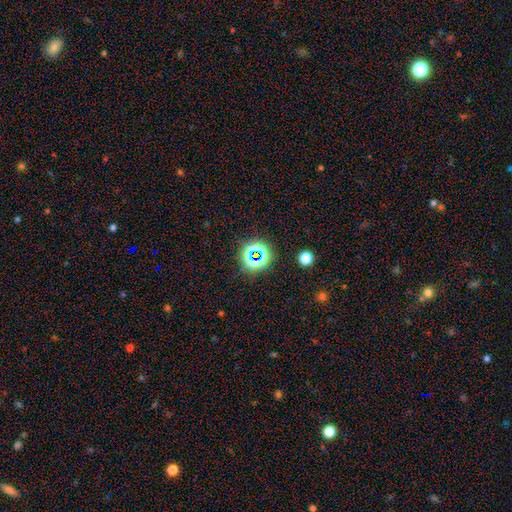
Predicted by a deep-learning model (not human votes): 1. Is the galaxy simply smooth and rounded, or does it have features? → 68% star or artifact, 23% smooth, 9% featured or disk.